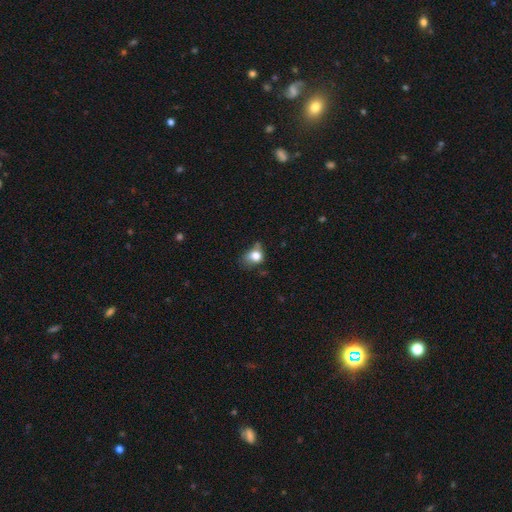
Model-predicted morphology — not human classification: type=smooth (75%); roundness=in between (53%); merging=minor disturbance (33%).